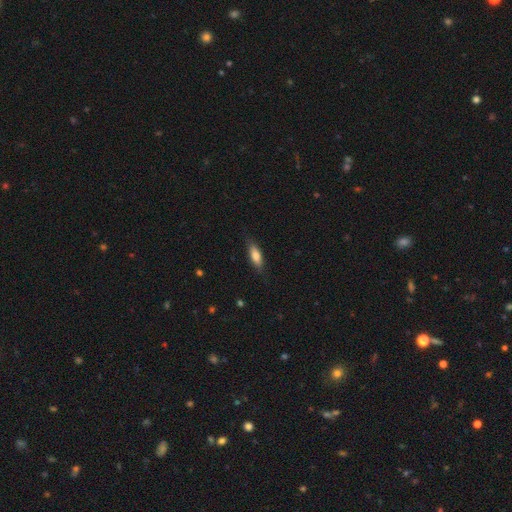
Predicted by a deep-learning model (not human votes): This is likely a smooth galaxy (77%). How rounded: possibly in between (56%). Merging: clearly none (83%).